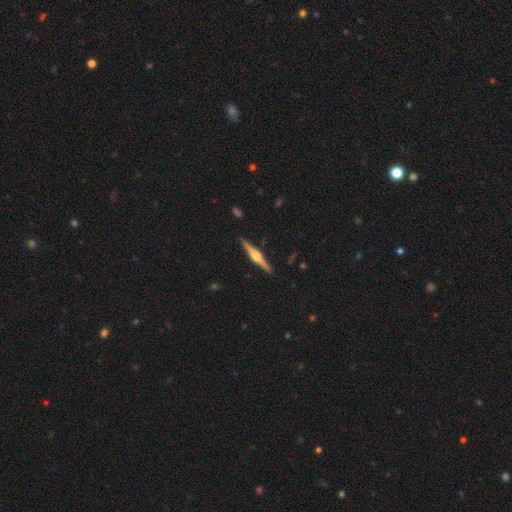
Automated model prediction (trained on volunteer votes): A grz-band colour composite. It shows a featured or disk galaxy (77%) viewed edge-on (98%) with a rounded central bulge (87%). Merging: none (91%).